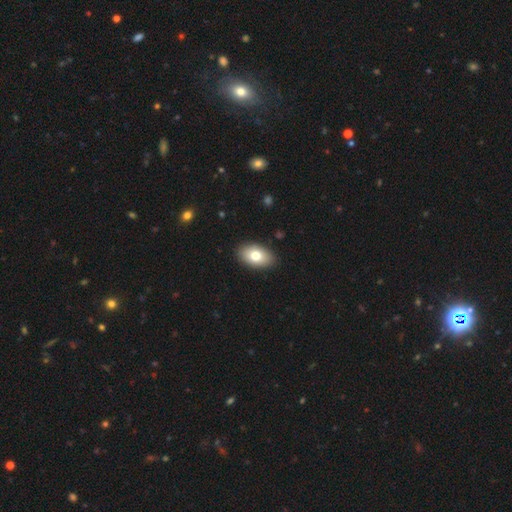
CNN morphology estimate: A smooth galaxy with no disk features (75%) that is in between round and cigar-shaped (91%).

Vote fractions:
- Smooth or featured? smooth: 75% / featured or disk: 18% / star or artifact: 8%
- How rounded? in between: 91% / round: 7% / cigar-shaped: 2%
- Merging? none: 89% / minor disturbance: 8% / major disturbance: 2% / merger: 1%